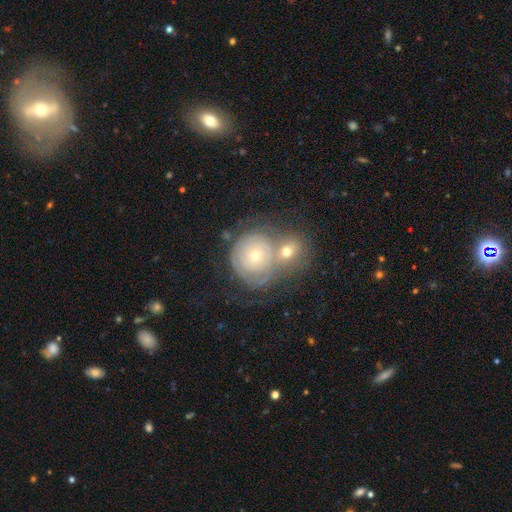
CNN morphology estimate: Smooth or featured? Predicted: featured or disk (p=0.59). Edge-on disk? Predicted: no (p=0.97). Bar? Predicted: no (p=0.87). Spiral arms? Predicted: yes (p=0.66). Bulge size? Predicted: small (p=0.60). Merging? Predicted: none (p=0.41, tied with merger).